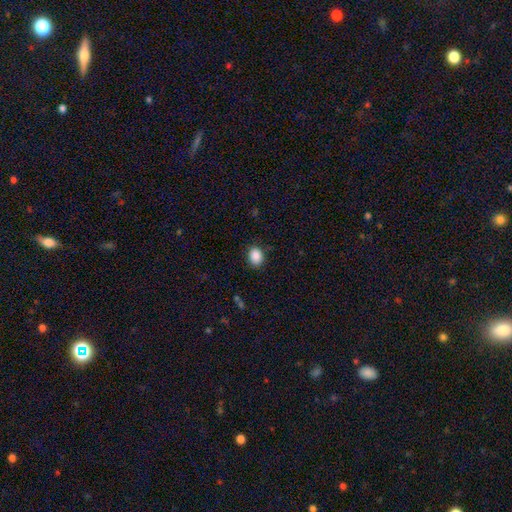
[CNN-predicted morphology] smooth-or-featured: smooth: 89% | star or artifact: 8% | featured or disk: 3%
  how-rounded: in between: 63% | round: 36% | cigar-shaped: 1%
  merging: none: 86% | minor disturbance: 10% | major disturbance: 3% | merger: 1%